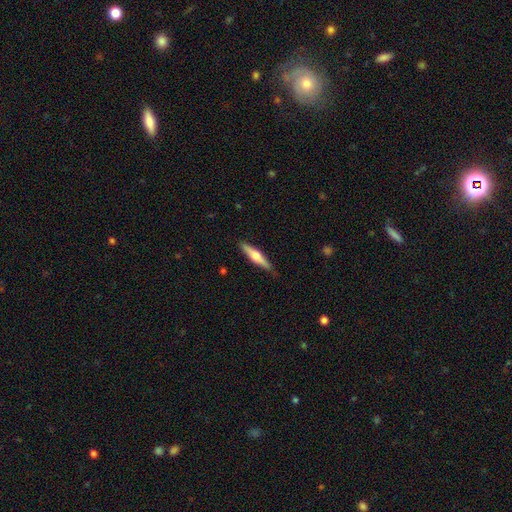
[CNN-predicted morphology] This appears to be a featured or disk galaxy (57%) viewed edge-on (96%) with a rounded central bulge (92%). Merging: none (85%).